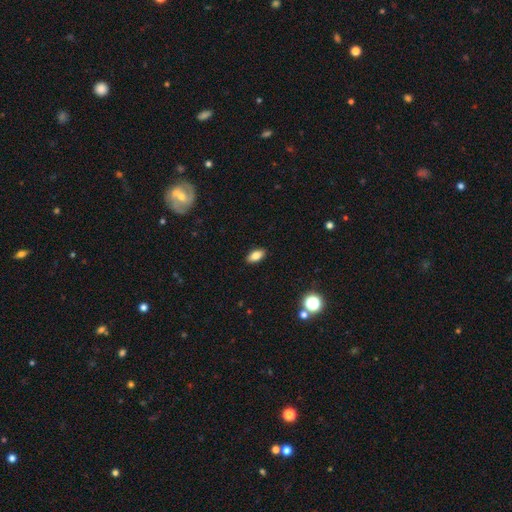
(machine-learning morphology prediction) A smooth galaxy with no disk features (82%) that is in between round and cigar-shaped (90%).

Vote fractions:
- Smooth or featured? smooth: 82% / featured or disk: 9% / star or artifact: 9%
- How rounded? in between: 90% / cigar-shaped: 6% / round: 4%
- Merging? none: 90% / minor disturbance: 7% / major disturbance: 2% / merger: 1%